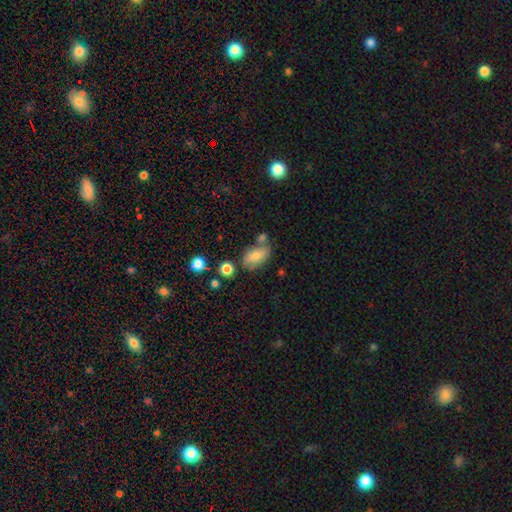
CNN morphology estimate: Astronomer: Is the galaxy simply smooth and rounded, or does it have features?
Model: smooth — 74%.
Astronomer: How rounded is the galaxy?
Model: in between — 88%.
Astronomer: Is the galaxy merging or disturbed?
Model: none — 59%.